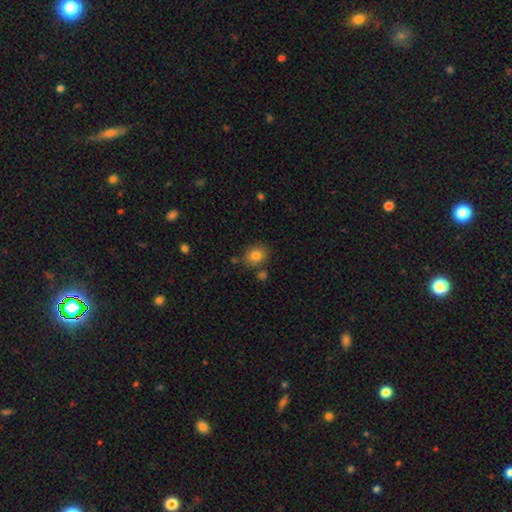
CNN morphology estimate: This appears to be a smooth galaxy with no disk features (82%) that is round (58%). Merging: none (76%).